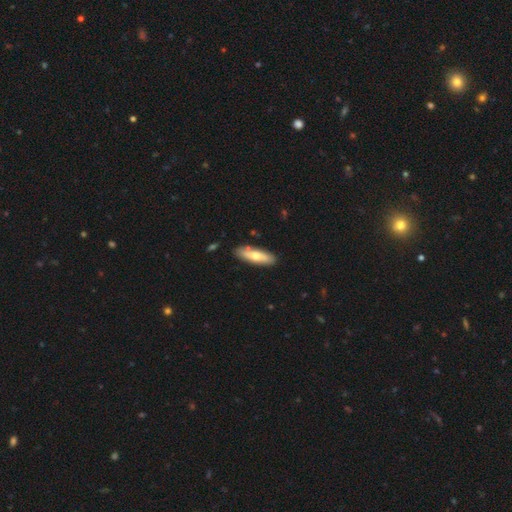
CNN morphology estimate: This is likely a smooth galaxy (61%). How rounded: possibly cigar-shaped (52%). Merging: clearly none (85%).